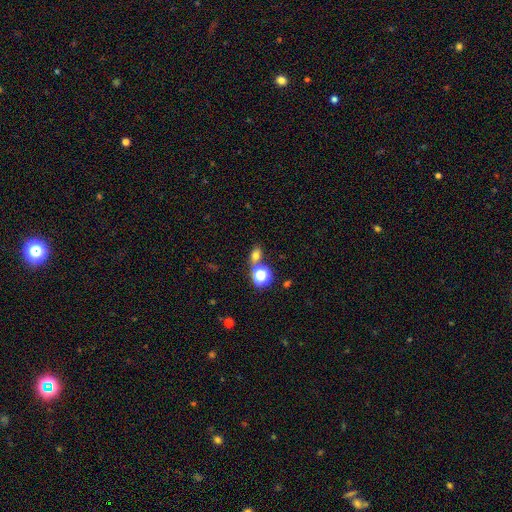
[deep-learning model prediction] Smooth or featured? Predicted: smooth (p=0.67). How rounded? Predicted: in between (p=0.63). Merging? Predicted: none (p=0.68).